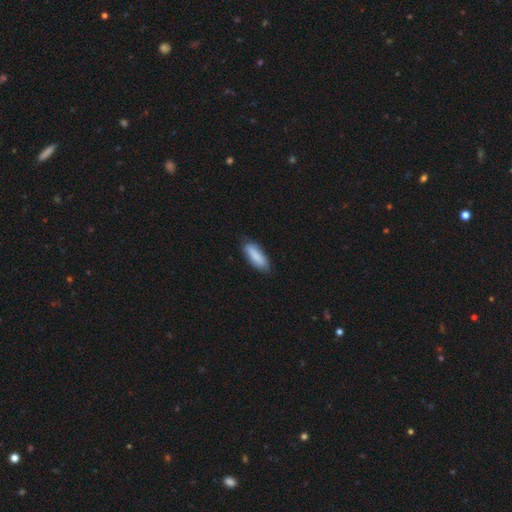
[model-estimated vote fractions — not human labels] Smooth or featured? Predicted: smooth (p=0.86). How rounded? Predicted: in between (p=0.56). Merging? Predicted: none (p=0.79).